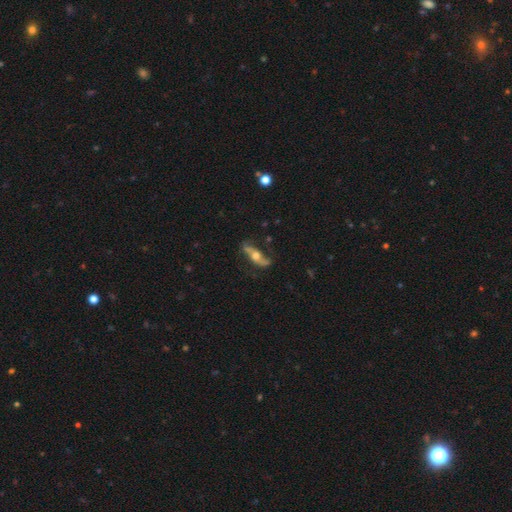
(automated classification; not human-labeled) Smooth or featured: featured or disk — 68% (smooth — 25%)
Edge-on disk: yes — 51% (no — 49%)
Merging: none — 66% (minor disturbance — 21%)